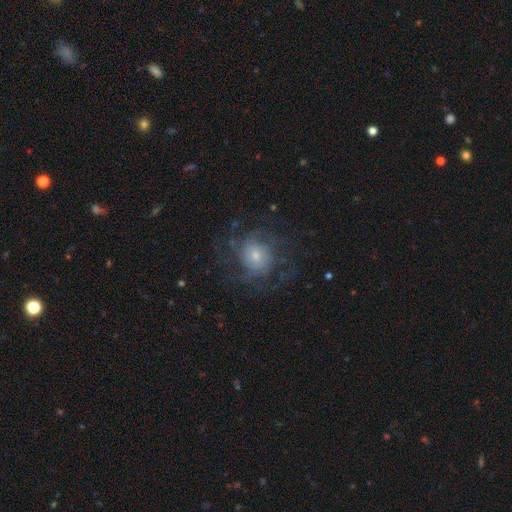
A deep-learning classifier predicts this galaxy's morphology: Overall: featured or disk (67%). Edge-on disk: no (97%). Bar: no (66%; weak 29%). Spiral arms: yes (85%). Spiral arm count: can't tell (47%; 2 17%). Spiral winding: tight (47%; medium 37%). Bulge size: small (53%; moderate 34%). Merging: none (65%).